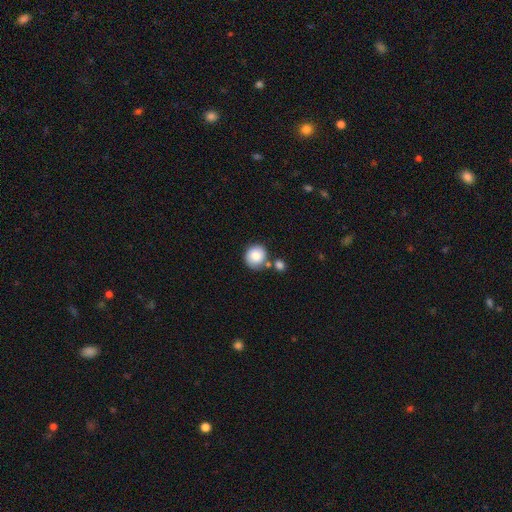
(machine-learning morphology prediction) This is clearly a smooth galaxy (81%). How rounded: clearly round (89%). Merging: likely none (66%).